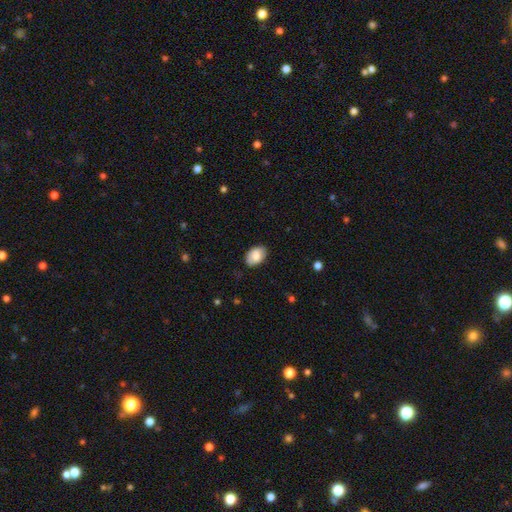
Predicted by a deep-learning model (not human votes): The model was most divided on "smooth or featured": smooth: 81%, featured or disk: 13%, star or artifact: 7%. More confident: how rounded — in between (89%); merging — none (82%).